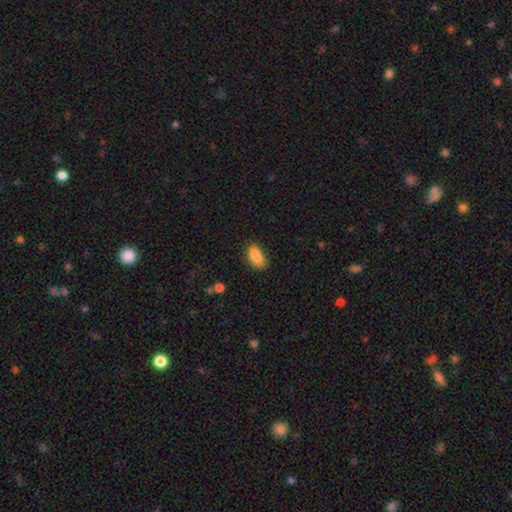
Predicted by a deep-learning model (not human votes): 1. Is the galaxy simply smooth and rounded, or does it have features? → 86% smooth, 9% star or artifact, 6% featured or disk.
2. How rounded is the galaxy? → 90% in between, 5% round, 5% cigar-shaped.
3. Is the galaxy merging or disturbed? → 62% none, 28% minor disturbance, 6% major disturbance, 4% merger.